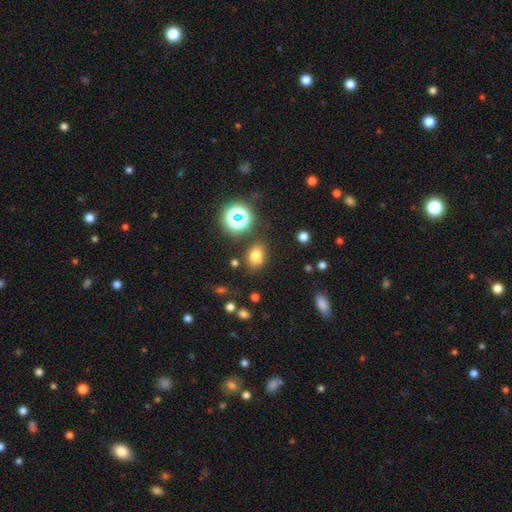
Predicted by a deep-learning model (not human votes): A smooth galaxy with no disk features (70%) that is in between round and cigar-shaped (67%).

Vote fractions:
- Smooth or featured? smooth: 70% / star or artifact: 20% / featured or disk: 10%
- How rounded? in between: 67% / round: 32% / cigar-shaped: 1%
- Merging? none: 76% / minor disturbance: 14% / merger: 6% / major disturbance: 4%